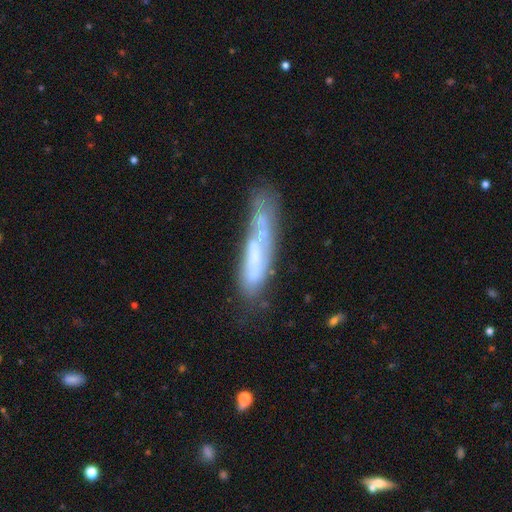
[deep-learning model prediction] Smooth or featured? Predicted: featured or disk (p=0.57). Edge-on disk? Predicted: no (p=0.59). Merging? Predicted: none (p=0.46).